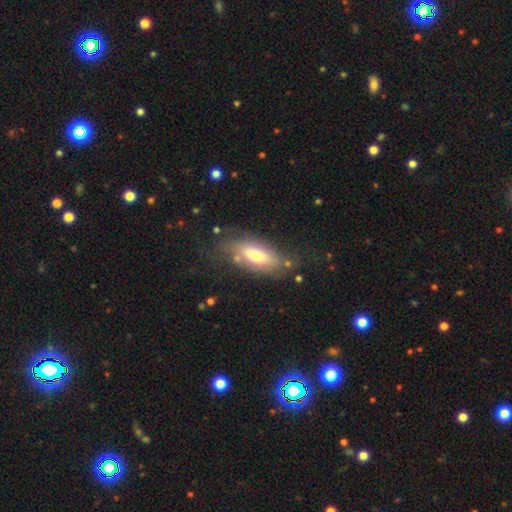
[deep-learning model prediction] Smooth or featured? Predicted: smooth (p=0.64). How rounded? Predicted: in between (p=0.83). Merging? Predicted: none (p=0.66).